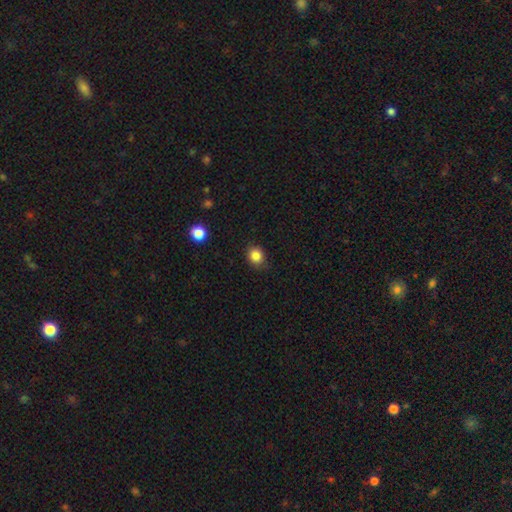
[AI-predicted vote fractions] Smooth or featured?
  - smooth: 85% *
  - star or artifact: 11%
  - featured or disk: 4%
How rounded?
  - round: 72% *
  - in between: 27%
  - cigar-shaped: 1%
Merging?
  - none: 81% *
  - minor disturbance: 14%
  - major disturbance: 3%
  - merger: 1%